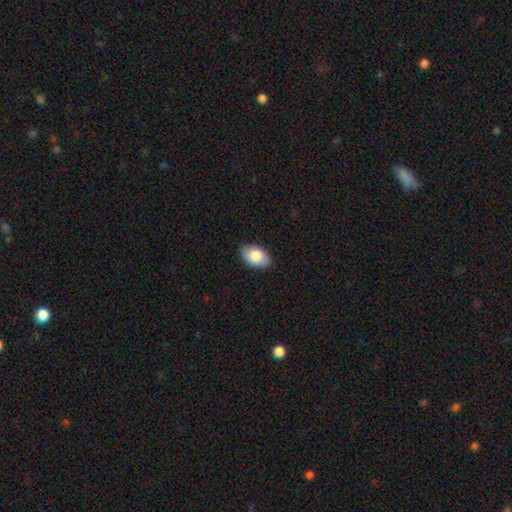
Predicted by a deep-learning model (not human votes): A smooth galaxy with no disk features (82%) that is in between round and cigar-shaped (93%).

Vote fractions:
- Smooth or featured? smooth: 82% / featured or disk: 12% / star or artifact: 6%
- How rounded? in between: 93% / round: 6% / cigar-shaped: 1%
- Merging? none: 87% / minor disturbance: 10% / major disturbance: 2% / merger: 1%